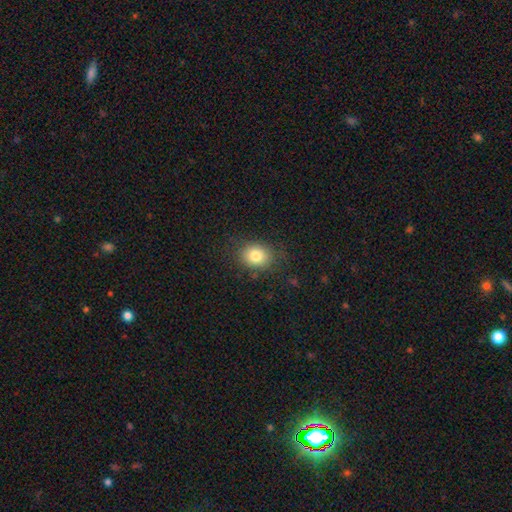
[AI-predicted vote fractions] The model was most divided on "how rounded": round: 54%, in between: 45%, cigar-shaped: 1%. More confident: merging — none (83%); smooth or featured — smooth (81%).